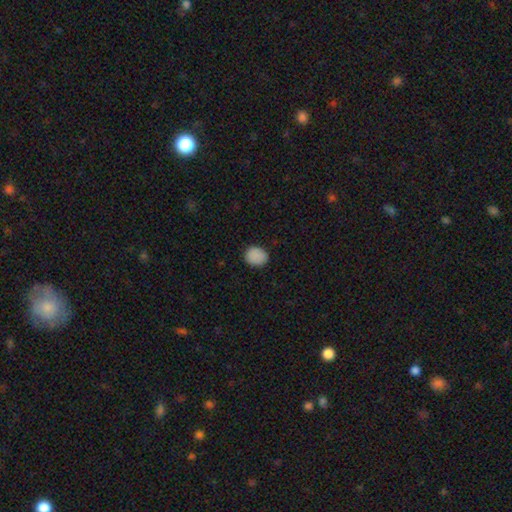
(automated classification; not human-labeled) The model was most divided on "how rounded": round: 63%, in between: 36%, cigar-shaped: 1%. More confident: smooth or featured — smooth (88%); merging — none (87%).